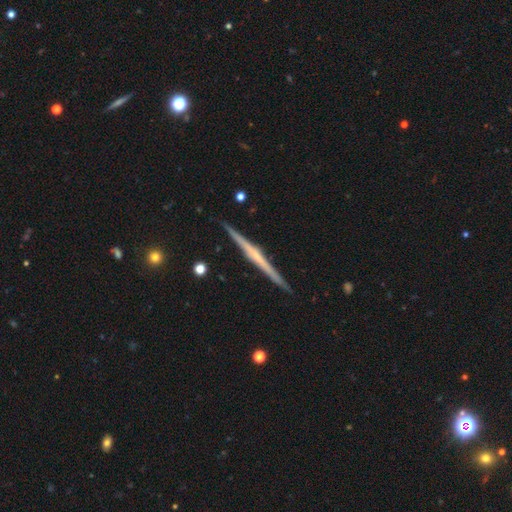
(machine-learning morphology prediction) This appears to be a featured or disk galaxy (77%) viewed edge-on (99%) with no central bulge (50%). Merging: none (92%).